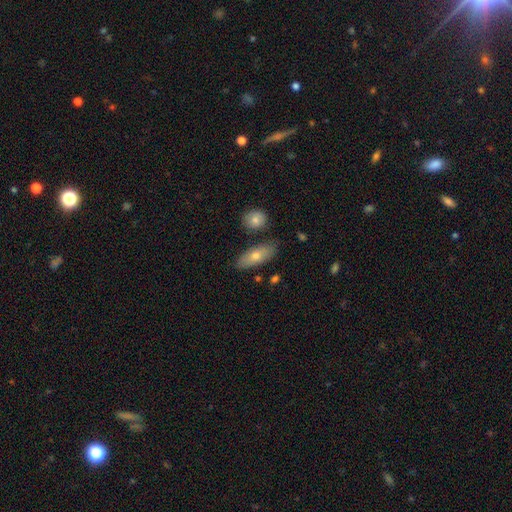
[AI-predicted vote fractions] Q: Smooth or featured?
A: smooth (67%); runner-up: featured or disk (26%)
Q: How rounded?
A: in between (72%); runner-up: cigar-shaped (25%)
Q: Merging?
A: none (80%); runner-up: minor disturbance (12%)